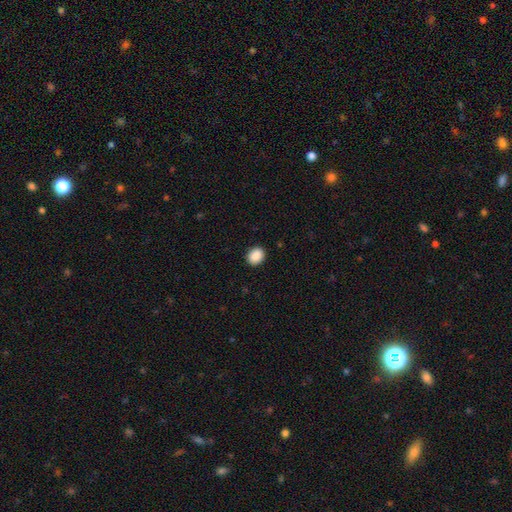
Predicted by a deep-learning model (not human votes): smooth 89%, star or artifact 8%, featured or disk 3%. Down the decision tree: how rounded — round (53%); merging — none (91%).